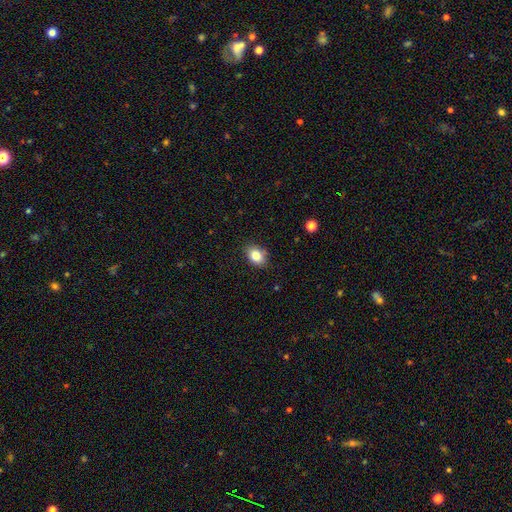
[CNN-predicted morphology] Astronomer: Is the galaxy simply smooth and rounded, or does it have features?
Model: smooth — 82%.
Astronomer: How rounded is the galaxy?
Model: in between — 73%.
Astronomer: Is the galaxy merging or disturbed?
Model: none — 83%.